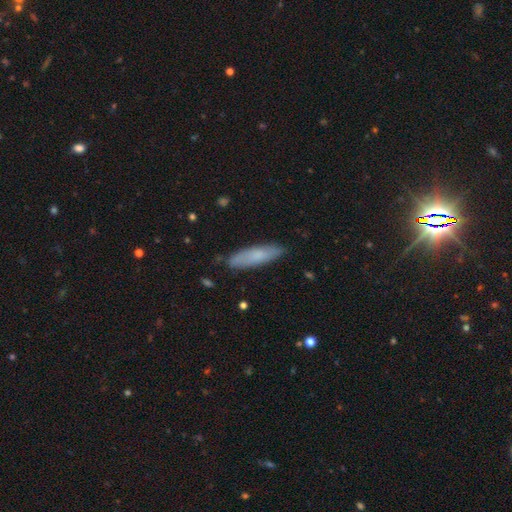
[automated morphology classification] Smooth or featured? smooth (72%)
How rounded? cigar-shaped (70%)
Merging? none (84%)